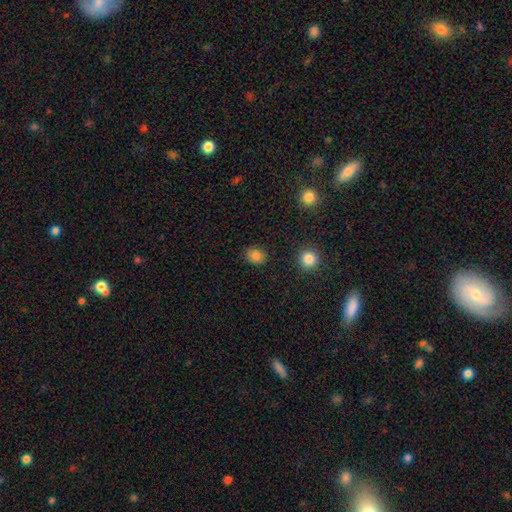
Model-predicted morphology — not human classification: Q: Smooth or featured?
A: smooth (84%); runner-up: star or artifact (11%)
Q: How rounded?
A: round (62%); runner-up: in between (37%)
Q: Merging?
A: none (88%); runner-up: minor disturbance (8%)